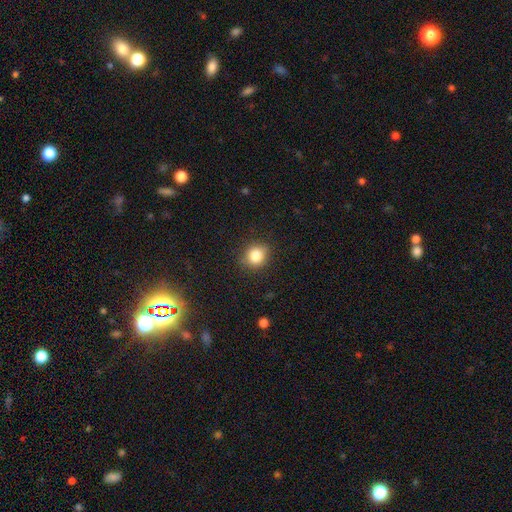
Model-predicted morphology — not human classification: A smooth galaxy with no disk features (83%) that is round (81%). Merging: none (86%).